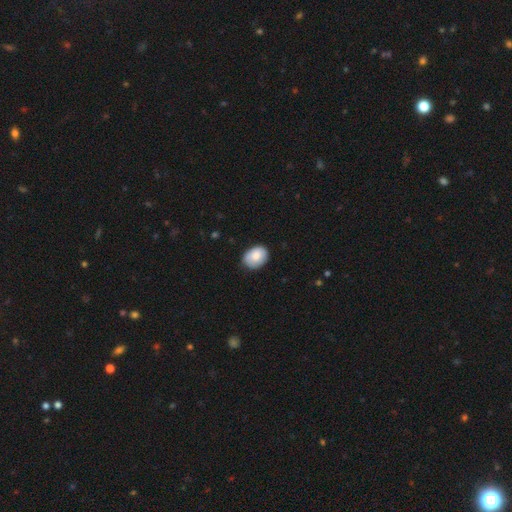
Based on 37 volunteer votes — Q: Smooth or featured?
A: smooth (84%); runner-up: featured or disk (14%)
Q: How rounded?
A: in between (58%); runner-up: round (42%)
Q: Merging?
A: none (92%); runner-up: minor disturbance (6%)